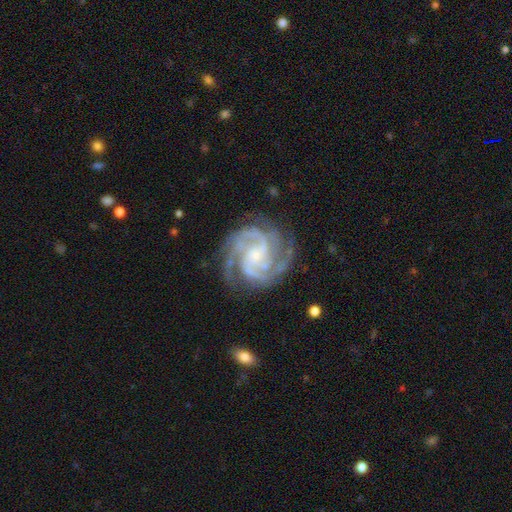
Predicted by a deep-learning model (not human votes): featured or disk 93%, star or artifact 4%, smooth 3%. Down the decision tree: edge-on disk — no (98%); bar — no (57%); spiral arms — yes (99%); spiral arm count — 3 (41%); spiral winding — tight (58%); bulge size — small (65%); merging — none (77%).